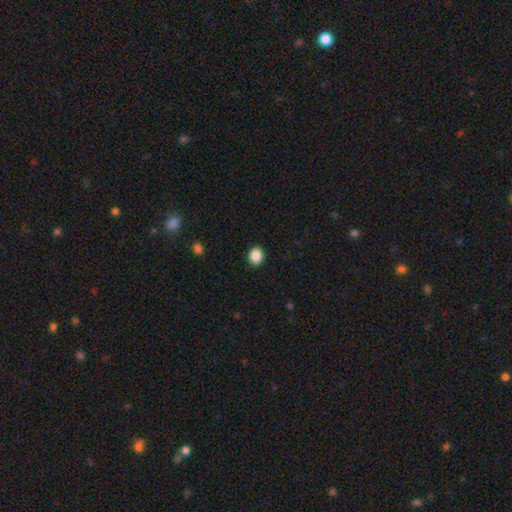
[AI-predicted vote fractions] Smooth or featured? Predicted: smooth (p=0.88). How rounded? Predicted: round (p=0.58). Merging? Predicted: none (p=0.91).